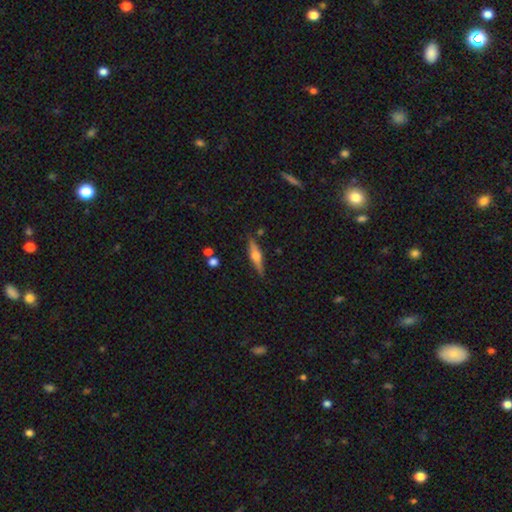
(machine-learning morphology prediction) This appears to be a featured or disk galaxy (62%) viewed edge-on (96%) with a rounded central bulge (91%). Merging: none (84%).